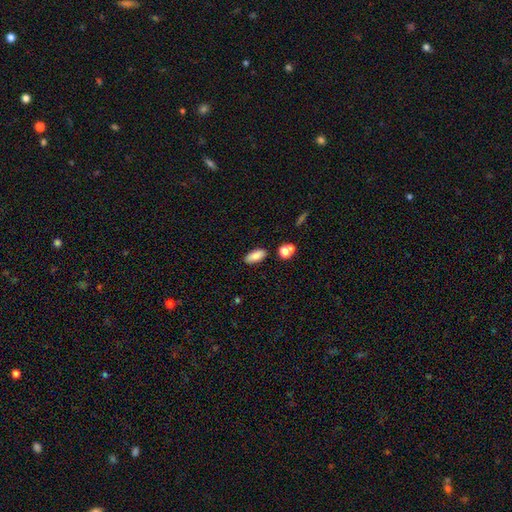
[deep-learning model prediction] Smooth or featured: smooth — 85% (star or artifact — 8%)
How rounded: in between — 82% (cigar-shaped — 15%)
Merging: none — 83% (minor disturbance — 9%)